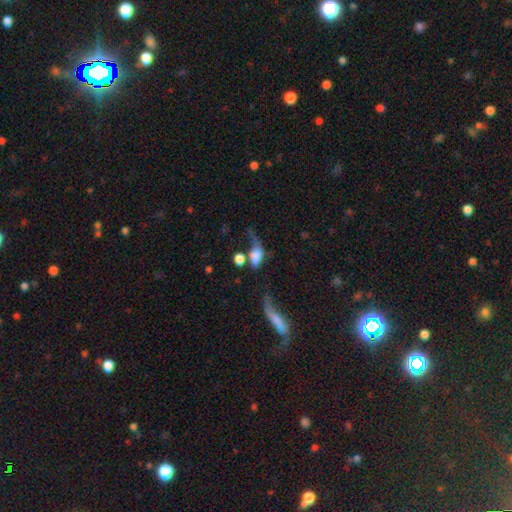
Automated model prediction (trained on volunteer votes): Q: Smooth or featured?
A: smooth (62%); runner-up: featured or disk (27%)
Q: How rounded?
A: in between (78%); runner-up: round (16%)
Q: Merging?
A: major disturbance (32%); runner-up: merger (31%)